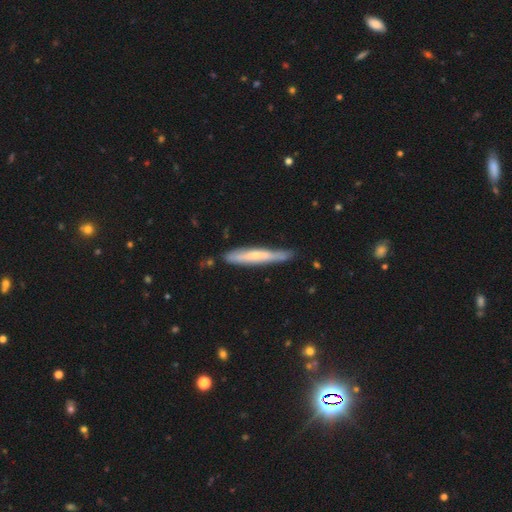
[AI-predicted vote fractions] smooth_or_featured: smooth (p=0.48) [alt: featured or disk p=0.47]
merging: none (p=0.71) [alt: minor disturbance p=0.23]